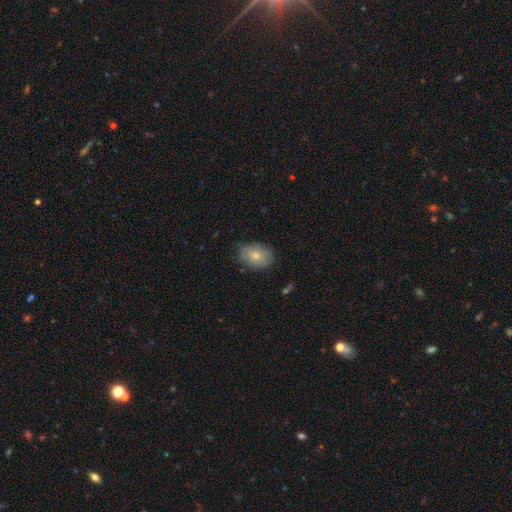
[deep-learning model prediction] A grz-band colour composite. It shows a smooth galaxy with no disk features (74%) that is in between round and cigar-shaped (77%). Merging: none (77%).